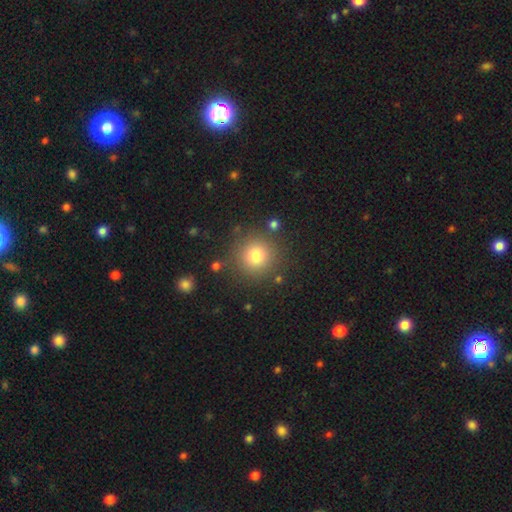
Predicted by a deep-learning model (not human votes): A smooth galaxy with no disk features (78%) that is round (95%). Merging: none (85%).